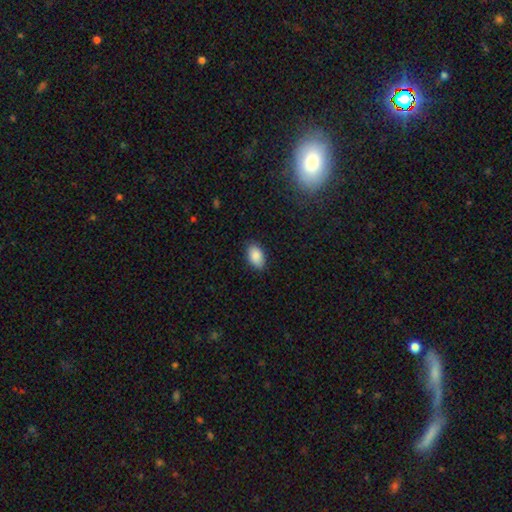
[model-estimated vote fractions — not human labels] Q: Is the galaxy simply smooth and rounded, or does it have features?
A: smooth — 88%.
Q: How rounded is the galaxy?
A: in between — 93%.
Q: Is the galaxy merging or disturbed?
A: none — 86%.